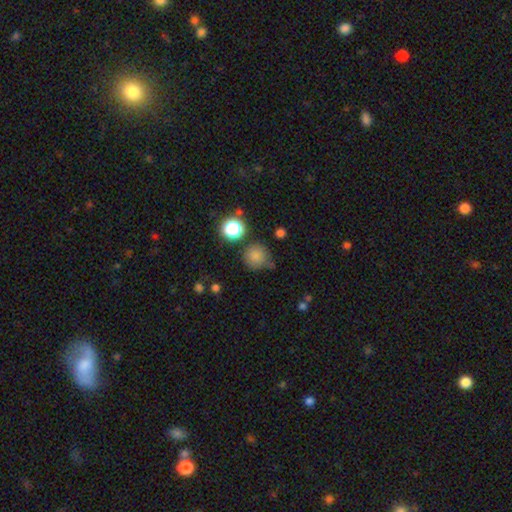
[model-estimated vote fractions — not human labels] A smooth galaxy with no disk features (79%) that is round (92%). Merging: none (71%).